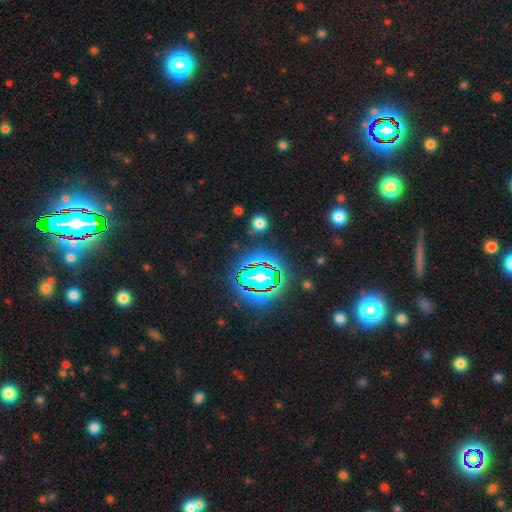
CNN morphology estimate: star or artifact 82%, smooth 11%, featured or disk 7%.